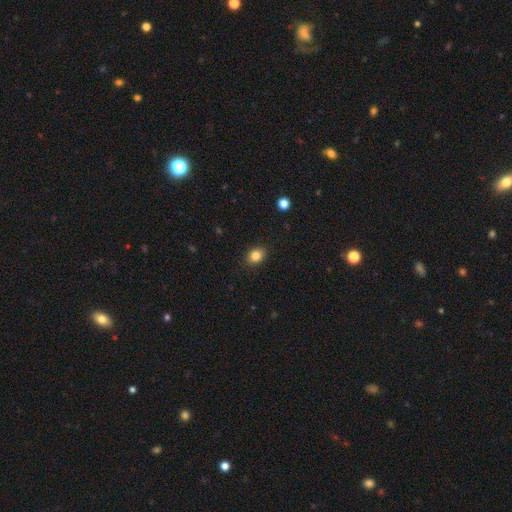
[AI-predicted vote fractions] Smooth or featured? smooth (84%)
How rounded? in between (59%)
Merging? none (88%)